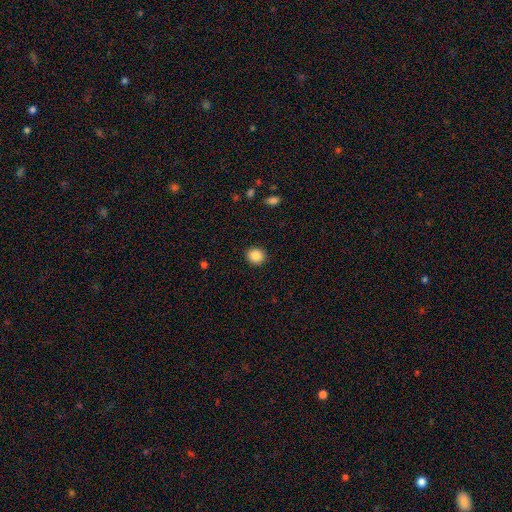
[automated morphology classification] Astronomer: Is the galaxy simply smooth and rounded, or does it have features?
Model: smooth — 87%.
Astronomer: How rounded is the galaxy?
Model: round — 79%.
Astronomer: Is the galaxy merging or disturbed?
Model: none — 91%.